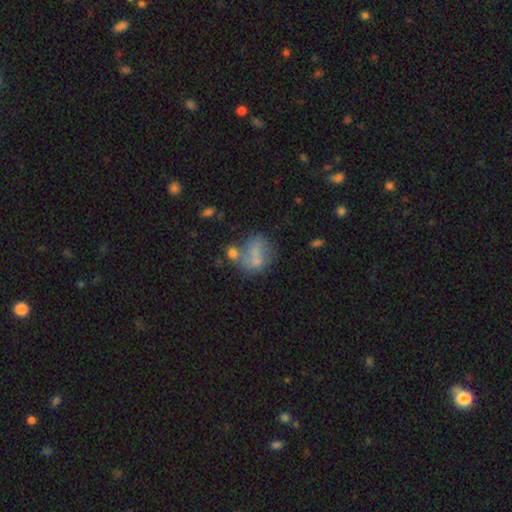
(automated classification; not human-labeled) smooth-or-featured: smooth: 62% | featured or disk: 25% | star or artifact: 13%
  how-rounded: in between: 52% | round: 46% | cigar-shaped: 2%
  merging: none: 37% | merger: 29% | minor disturbance: 19% | major disturbance: 15%